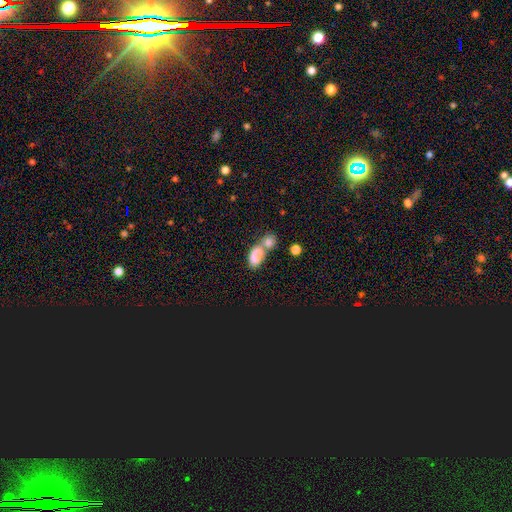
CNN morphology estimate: Smooth or featured: smooth — 80% (featured or disk — 11%)
How rounded: in between — 83% (round — 13%)
Merging: merger — 62% (none — 23%)